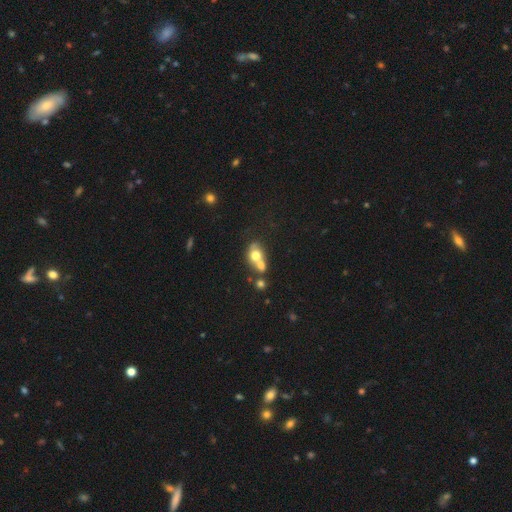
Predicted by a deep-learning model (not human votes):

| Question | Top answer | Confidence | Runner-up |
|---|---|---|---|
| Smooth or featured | smooth | 65% | featured or disk (25%) |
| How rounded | round | 52% | in between (46%) |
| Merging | merger | 62% | none (23%) |